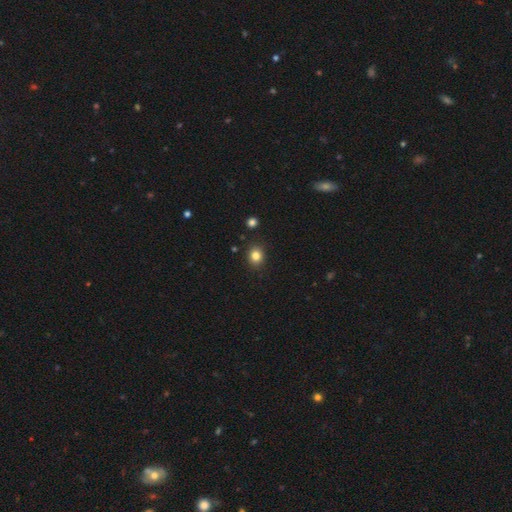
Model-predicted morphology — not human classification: Smooth or featured? Predicted: smooth (p=0.83). How rounded? Predicted: round (p=0.66). Merging? Predicted: none (p=0.88).